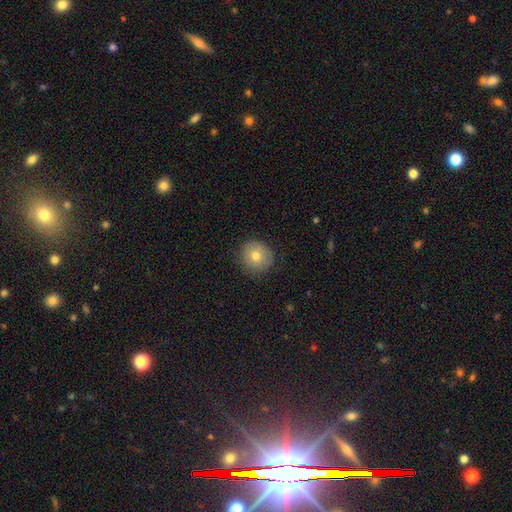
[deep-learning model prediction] Smooth or featured? Predicted: smooth (p=0.75). How rounded? Predicted: round (p=0.91). Merging? Predicted: none (p=0.84).